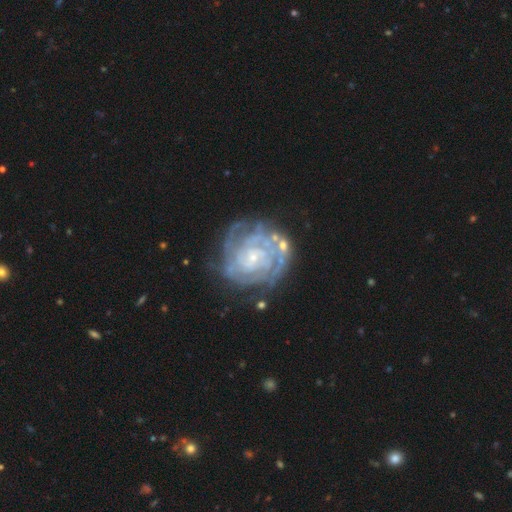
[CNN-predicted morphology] A featured or disk galaxy (86%) with no bar (63%), tight (76%) spiral arms (95%) and a small central bulge (73%).

Vote fractions:
- Smooth or featured? featured or disk: 86% / smooth: 7% / star or artifact: 7%
- Edge-on disk? no: 98% / yes: 2%
- Bar? no: 63% / weak: 29% / strong: 8%
- Spiral arms? yes: 95% / no: 5%
- Spiral winding? tight: 76% / medium: 20% / loose: 4%
- Spiral arm count? can't tell: 34% / 2: 19% / 3: 18% / 4: 15% / more than 4: 8% / 1: 6%
- Bulge size? small: 73% / moderate: 19% / none: 5% / large: 2% / dominant: 1%
- Merging? none: 68% / minor disturbance: 19% / major disturbance: 9% / merger: 4%